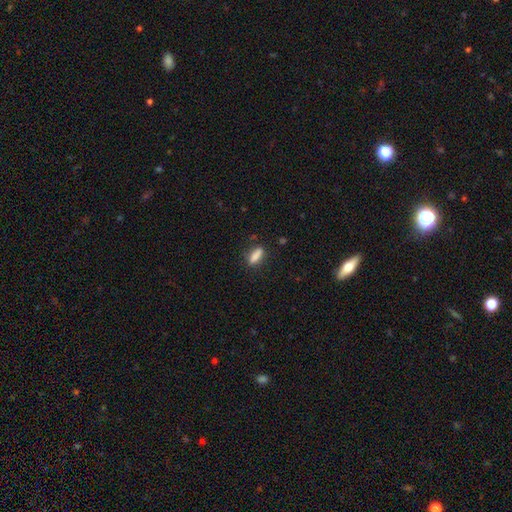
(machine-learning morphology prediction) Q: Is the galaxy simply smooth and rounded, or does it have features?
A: smooth — 83%.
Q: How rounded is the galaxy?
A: cigar-shaped — 50%.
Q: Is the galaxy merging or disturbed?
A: none — 81%.